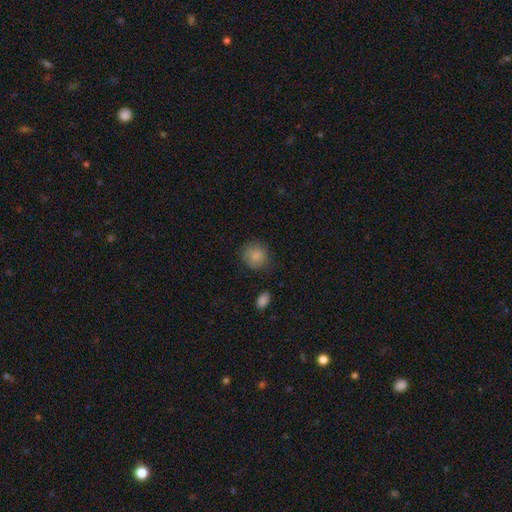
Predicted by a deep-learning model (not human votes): A smooth galaxy with no disk features (86%) that is round (85%). Merging: none (76%).